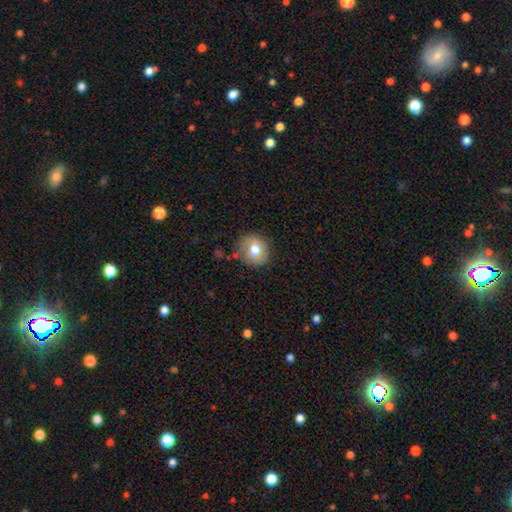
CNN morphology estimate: Smooth or featured?
  - smooth: 60% *
  - featured or disk: 29%
  - star or artifact: 11%
How rounded?
  - round: 79% *
  - in between: 20%
  - cigar-shaped: 1%
Merging?
  - none: 75% *
  - minor disturbance: 17%
  - major disturbance: 5%
  - merger: 3%